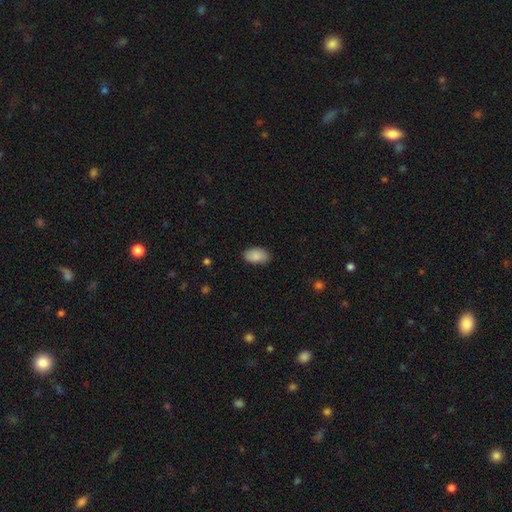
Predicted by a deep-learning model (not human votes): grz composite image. It shows a smooth galaxy with no disk features (88%) that is in between round and cigar-shaped (93%). Merging: none (83%).